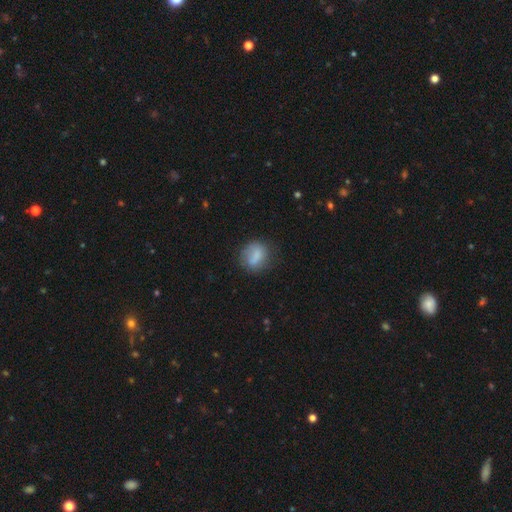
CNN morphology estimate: The model was most divided on "how rounded": round: 62%, in between: 36%, cigar-shaped: 2%. More confident: smooth or featured — smooth (74%); merging — none (63%).